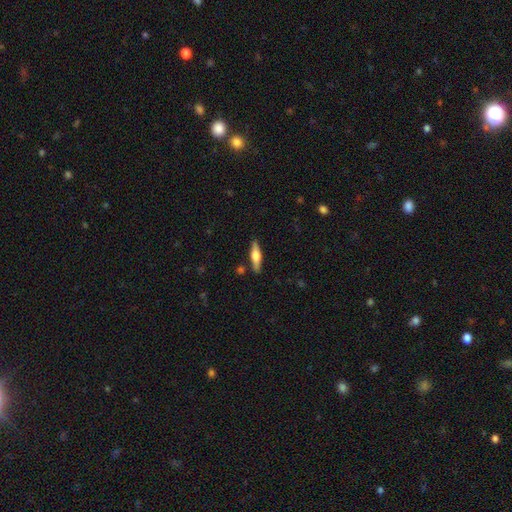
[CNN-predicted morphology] This is possibly a featured or disk galaxy (53%). It is clearly viewed edge-on (95%). Edge-on bulge: clearly rounded (89%). Merging: clearly none (86%).